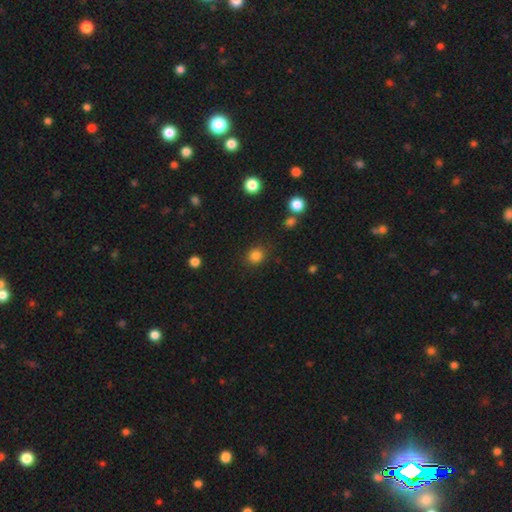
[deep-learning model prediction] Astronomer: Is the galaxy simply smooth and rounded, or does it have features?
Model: smooth — 83%.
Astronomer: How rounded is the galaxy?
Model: round — 80%.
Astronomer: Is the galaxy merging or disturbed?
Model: none — 87%.